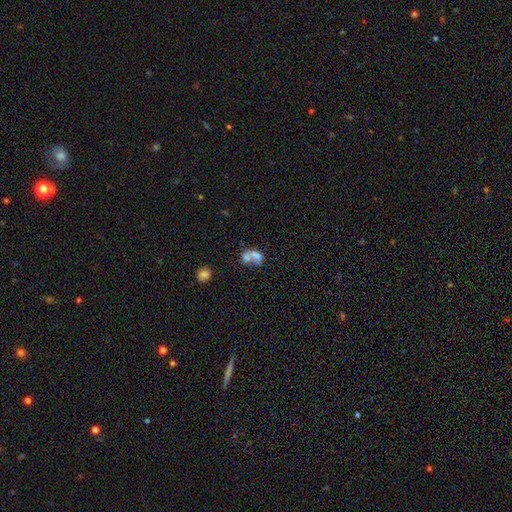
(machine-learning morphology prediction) Smooth or featured?
  - smooth: 62% *
  - featured or disk: 26%
  - star or artifact: 12%
How rounded?
  - in between: 67% *
  - round: 31%
  - cigar-shaped: 2%
Merging?
  - merger: 68% *
  - none: 18%
  - major disturbance: 8%
  - minor disturbance: 7%